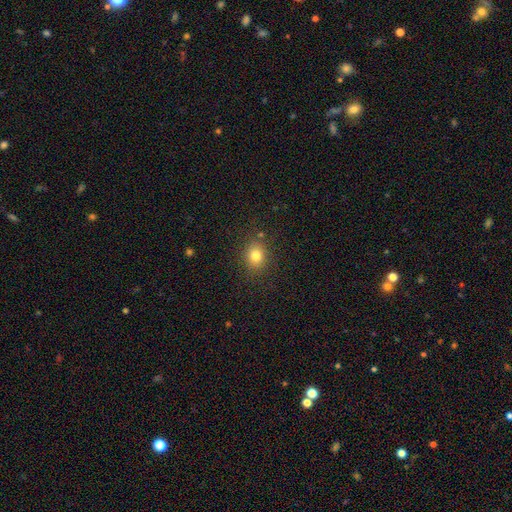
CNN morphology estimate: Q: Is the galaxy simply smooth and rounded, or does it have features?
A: smooth — 80%.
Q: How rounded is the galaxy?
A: round — 64%.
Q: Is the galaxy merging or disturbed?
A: none — 85%.